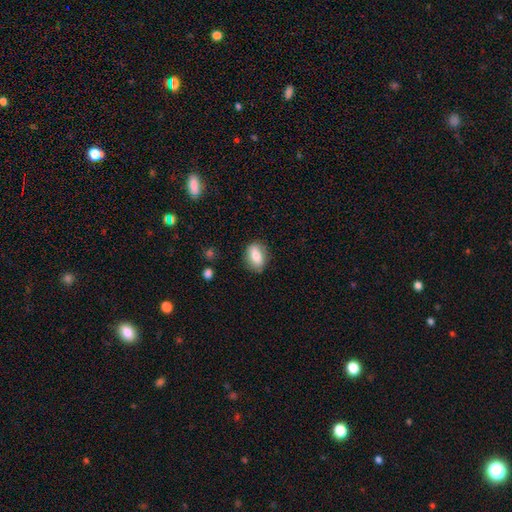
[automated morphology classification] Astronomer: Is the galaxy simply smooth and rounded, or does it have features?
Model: smooth — 77%.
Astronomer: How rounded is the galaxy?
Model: in between — 82%.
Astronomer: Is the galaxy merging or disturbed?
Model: none — 81%.